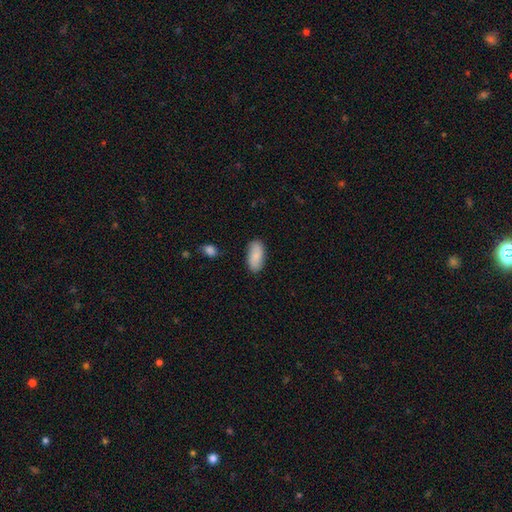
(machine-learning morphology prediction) This appears to be a smooth galaxy with no disk features (86%) that is in between round and cigar-shaped (91%). Merging: none (84%).